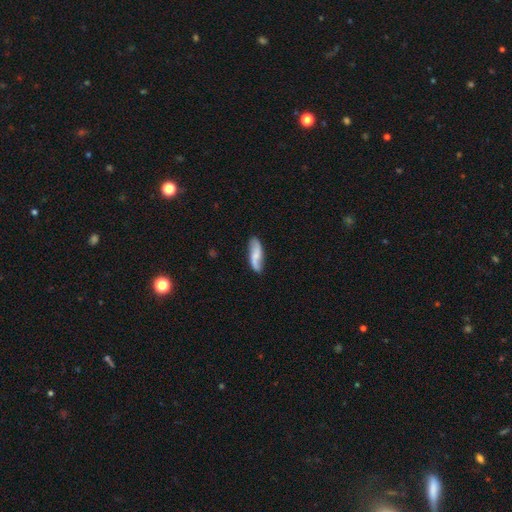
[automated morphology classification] A featured or disk galaxy (49%). Merging: none (76%).